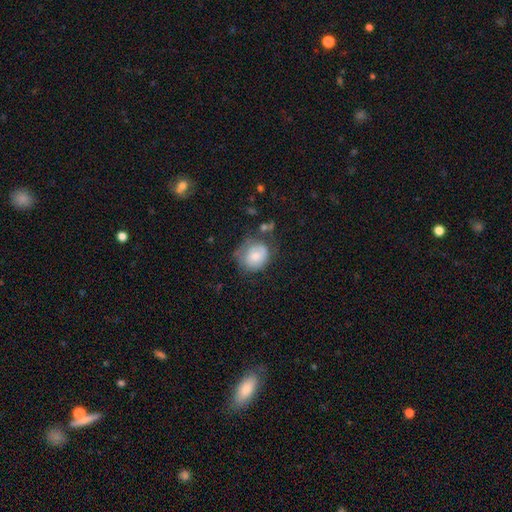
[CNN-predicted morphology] type=smooth (69%); roundness=round (66%); merging=none (46%).